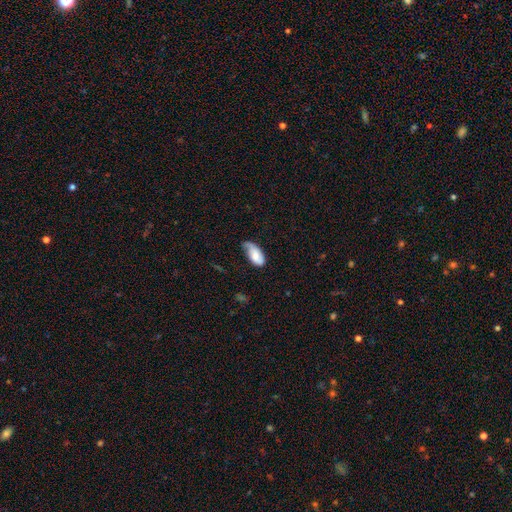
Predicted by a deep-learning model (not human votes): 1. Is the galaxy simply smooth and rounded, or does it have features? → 67% smooth, 26% featured or disk, 6% star or artifact.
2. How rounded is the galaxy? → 92% in between, 5% cigar-shaped, 3% round.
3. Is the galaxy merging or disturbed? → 41% minor disturbance, 37% none, 19% major disturbance, 3% merger.